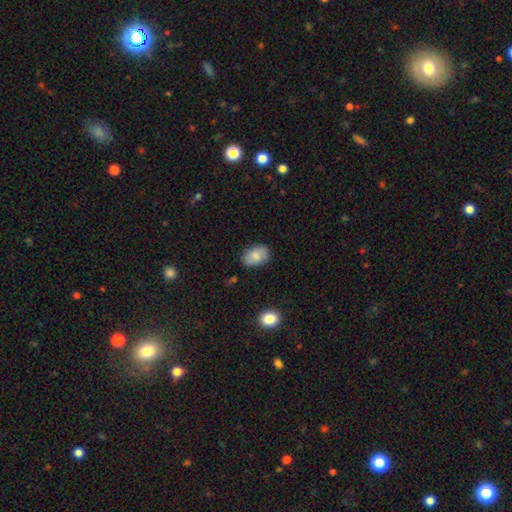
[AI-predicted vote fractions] A smooth galaxy with no disk features (77%) that is in between round and cigar-shaped (86%). Merging: none (83%).